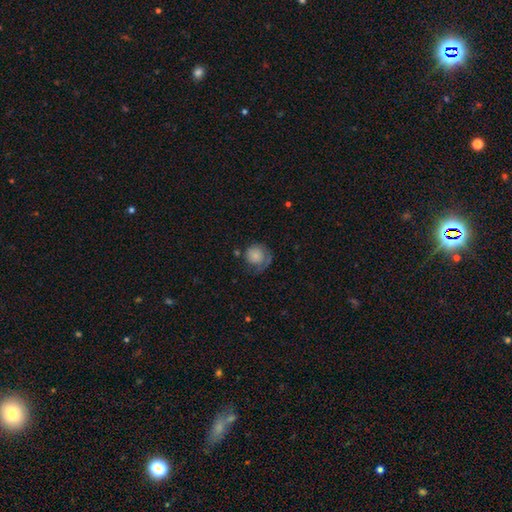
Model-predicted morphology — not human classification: Smooth or featured? smooth (69%)
How rounded? round (83%)
Merging? none (44%)